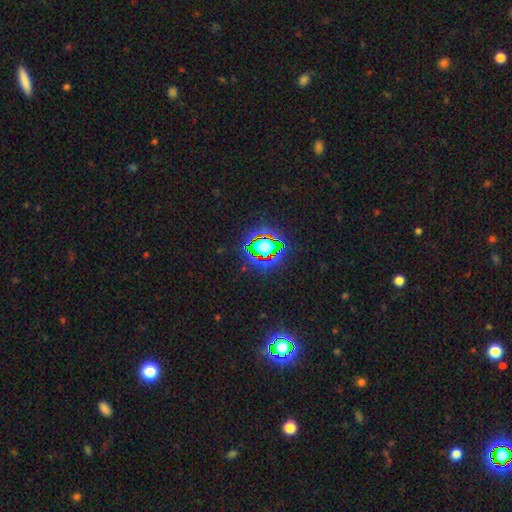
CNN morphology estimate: A star or artifact, not a galaxy (81%).